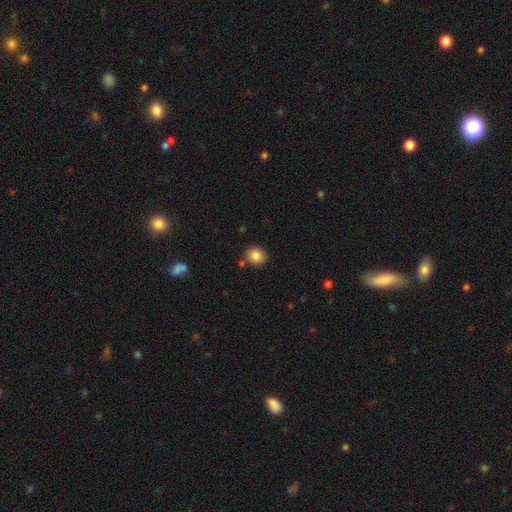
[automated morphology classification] This is clearly a smooth galaxy (83%). How rounded: likely round (76%). Merging: clearly none (82%).